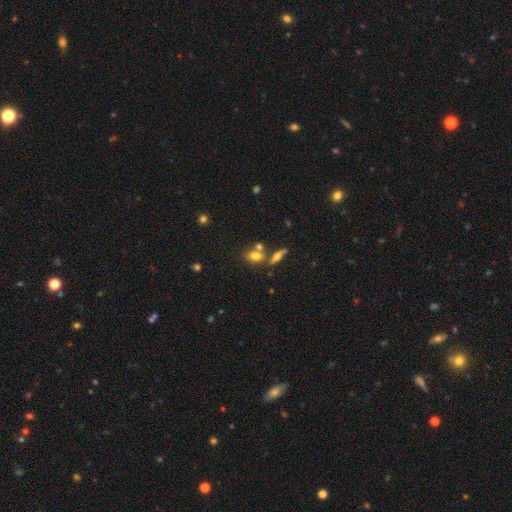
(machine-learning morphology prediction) smooth_or_featured: smooth (p=0.70) [alt: featured or disk p=0.19]
how_rounded: in between (p=0.62) [alt: round p=0.31]
merging: none (p=0.55) [alt: merger p=0.30]